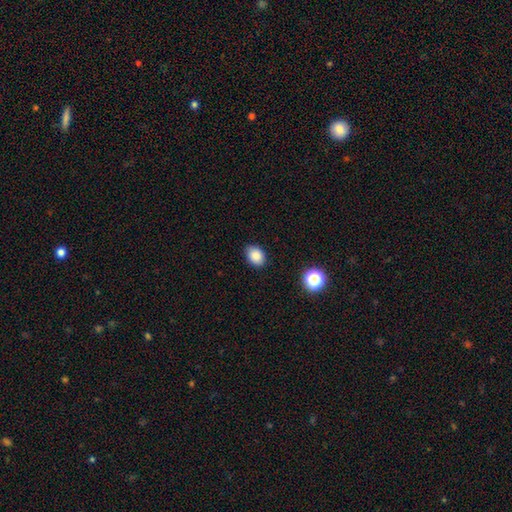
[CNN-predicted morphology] Smooth or featured? smooth (86%)
How rounded? in between (72%)
Merging? none (84%)